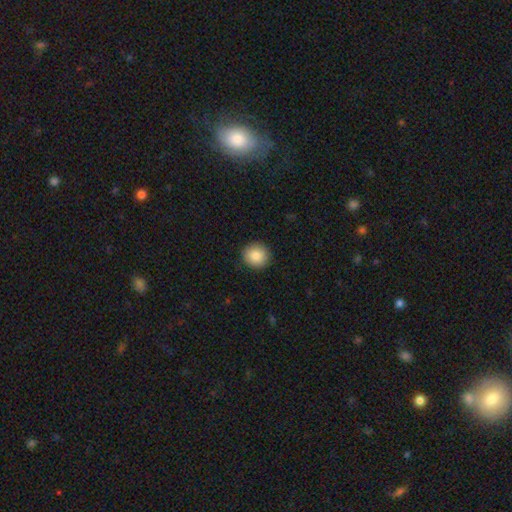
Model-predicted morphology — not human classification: The model was most divided on "smooth or featured": smooth: 87%, star or artifact: 8%, featured or disk: 5%. More confident: merging — none (91%); how rounded — round (90%).